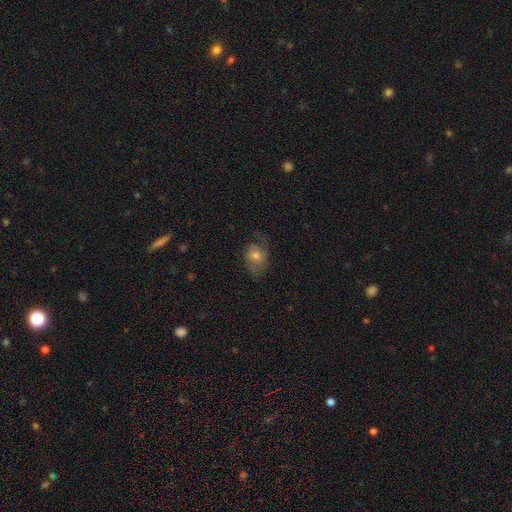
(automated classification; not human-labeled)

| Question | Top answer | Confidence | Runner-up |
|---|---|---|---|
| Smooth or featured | featured or disk | 57% | smooth (32%) |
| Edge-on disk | no | 96% | yes (4%) |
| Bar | no | 70% | weak (26%) |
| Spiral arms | yes | 86% | no (14%) |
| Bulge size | moderate | 51% | small (41%) |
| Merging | none | 59% | minor disturbance (22%) |